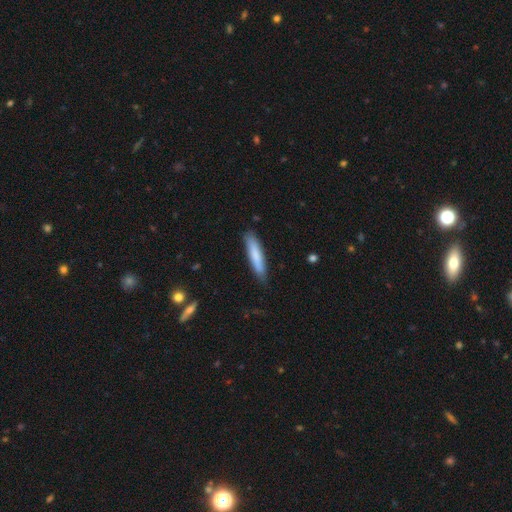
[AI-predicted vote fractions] The model was most divided on "smooth or featured": smooth: 78%, featured or disk: 17%, star or artifact: 5%. More confident: how rounded — cigar-shaped (88%); merging — none (84%).